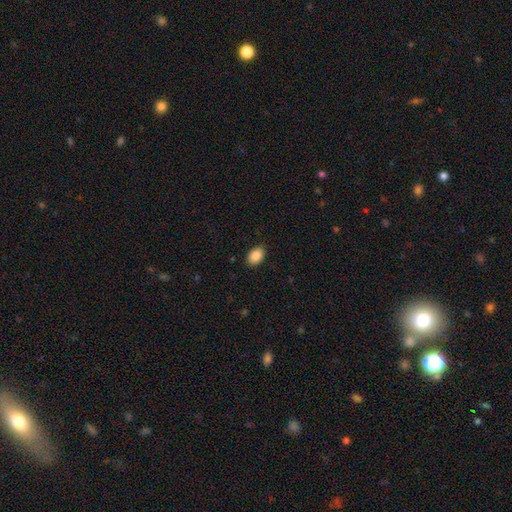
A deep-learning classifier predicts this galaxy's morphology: Smooth or featured: smooth — 88% (star or artifact — 7%)
How rounded: in between — 85% (round — 14%)
Merging: none — 88% (minor disturbance — 9%)